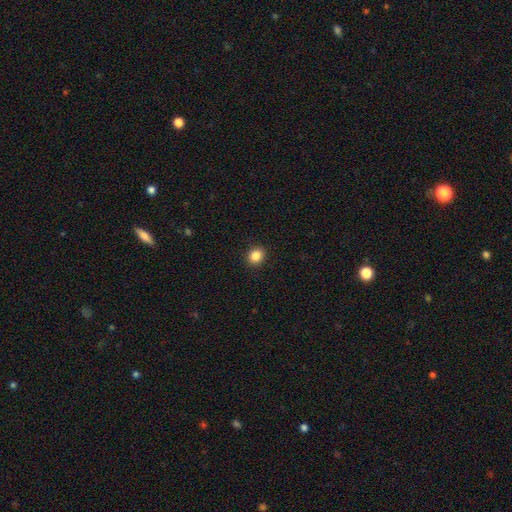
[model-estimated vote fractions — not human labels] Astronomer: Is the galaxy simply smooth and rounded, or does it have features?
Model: smooth — 86%.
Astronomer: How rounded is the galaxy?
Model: round — 74%.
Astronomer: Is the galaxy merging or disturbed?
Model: none — 92%.